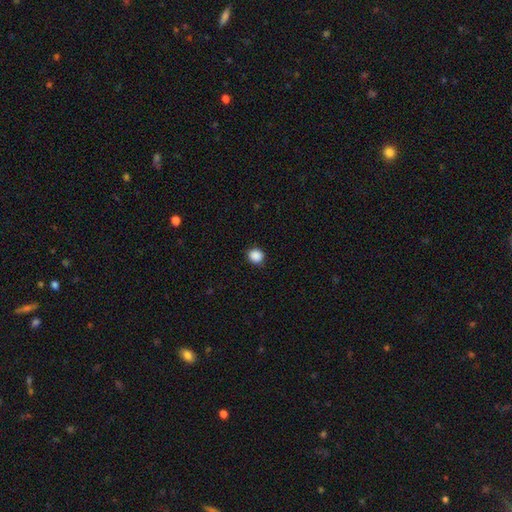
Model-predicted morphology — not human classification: This appears to be a smooth galaxy with no disk features (88%) that is round (87%). Merging: none (89%).